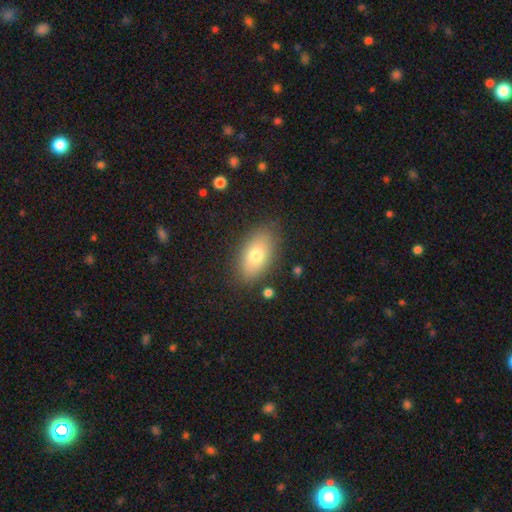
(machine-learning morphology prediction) type=smooth (73%); roundness=in between (90%); merging=none (83%).